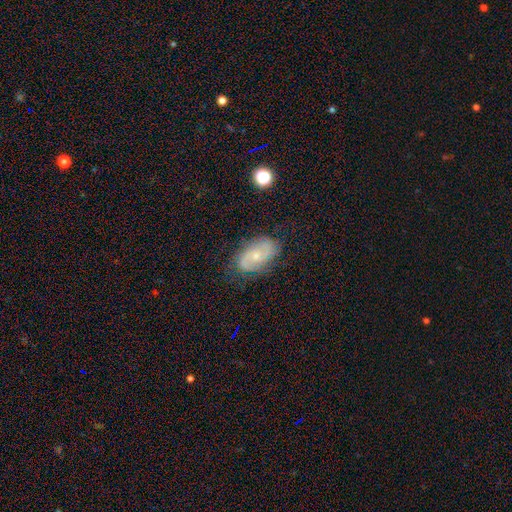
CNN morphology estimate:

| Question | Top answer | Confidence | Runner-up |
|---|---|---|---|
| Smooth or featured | featured or disk | 70% | smooth (22%) |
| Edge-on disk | no | 96% | yes (4%) |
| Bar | no | 62% | weak (32%) |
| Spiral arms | yes | 90% | no (10%) |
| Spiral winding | medium | 45% | tight (34%) |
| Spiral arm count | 2 | 72% | can't tell (17%) |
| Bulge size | small | 59% | moderate (35%) |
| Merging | none | 75% | minor disturbance (18%) |